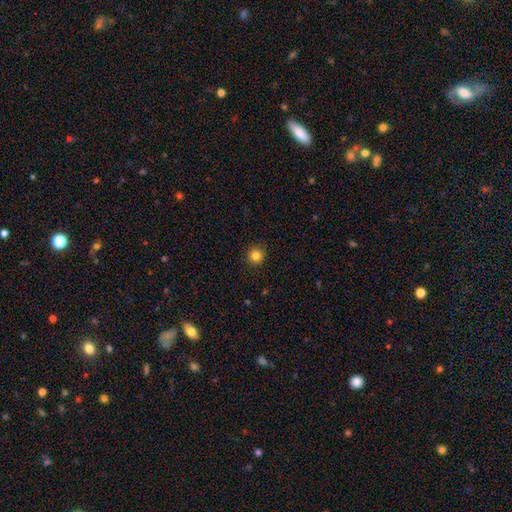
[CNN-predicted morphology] Q: Smooth or featured?
A: smooth (83%); runner-up: star or artifact (12%)
Q: How rounded?
A: round (94%); runner-up: in between (5%)
Q: Merging?
A: none (92%); runner-up: minor disturbance (6%)